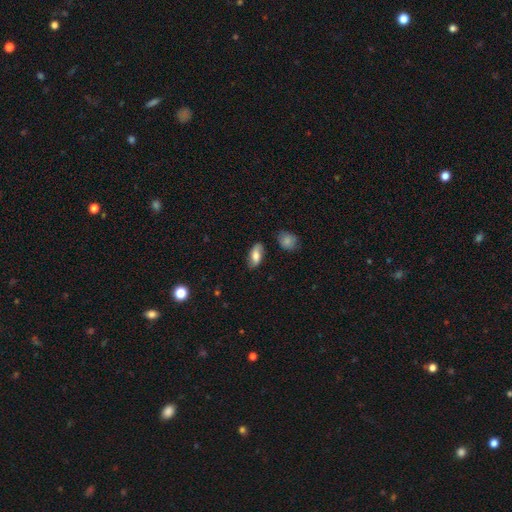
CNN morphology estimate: Overall: smooth (69%). How rounded: in between (89%). Merging: none (75%).